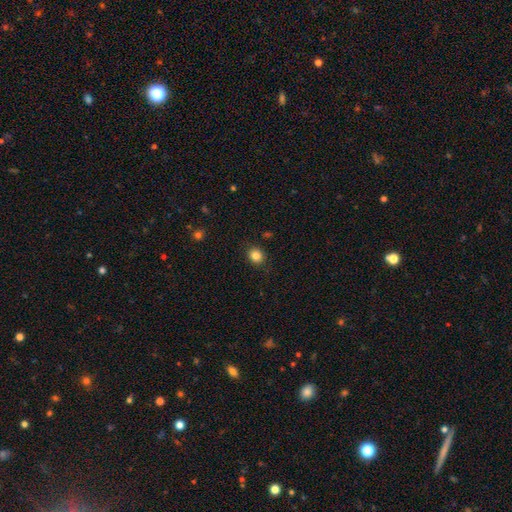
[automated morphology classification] Smooth or featured?
  - smooth: 85% *
  - star or artifact: 11%
  - featured or disk: 4%
How rounded?
  - round: 77% *
  - in between: 22%
  - cigar-shaped: 1%
Merging?
  - none: 89% *
  - minor disturbance: 8%
  - major disturbance: 2%
  - merger: 1%